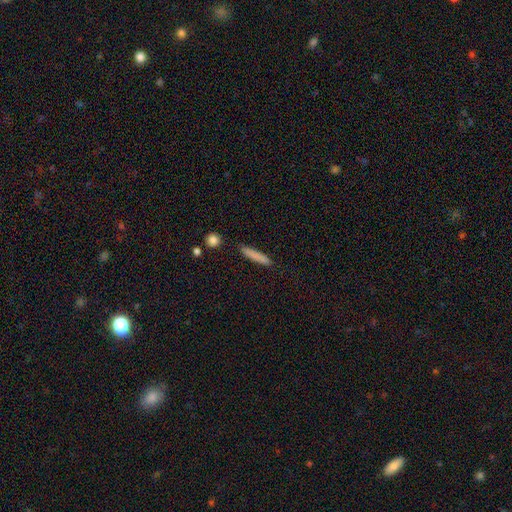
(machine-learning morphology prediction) Smooth or featured: smooth — 80% (featured or disk — 13%)
How rounded: cigar-shaped — 92% (in between — 7%)
Merging: none — 85% (minor disturbance — 10%)